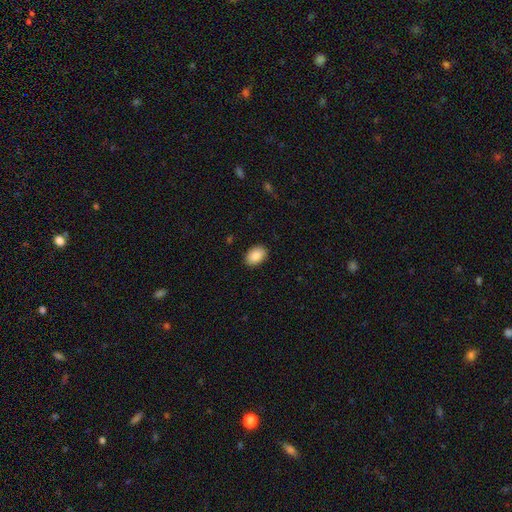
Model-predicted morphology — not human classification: smooth-or-featured: smooth: 89% | star or artifact: 7% | featured or disk: 4%
  how-rounded: in between: 84% | round: 15% | cigar-shaped: 1%
  merging: none: 88% | minor disturbance: 9% | major disturbance: 2% | merger: 1%